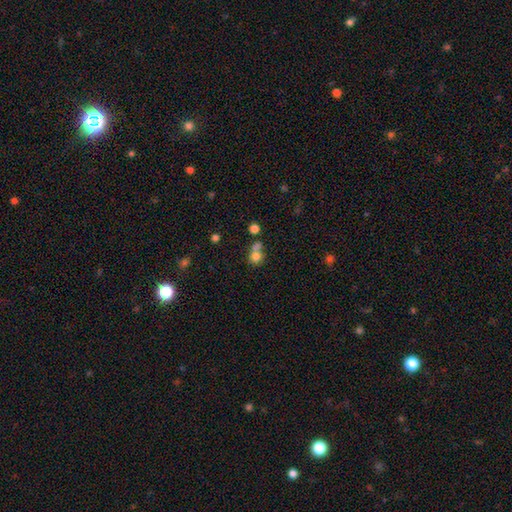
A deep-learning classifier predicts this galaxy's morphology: This is likely a smooth galaxy (75%). How rounded: clearly round (80%). Merging: possibly merger (47%).